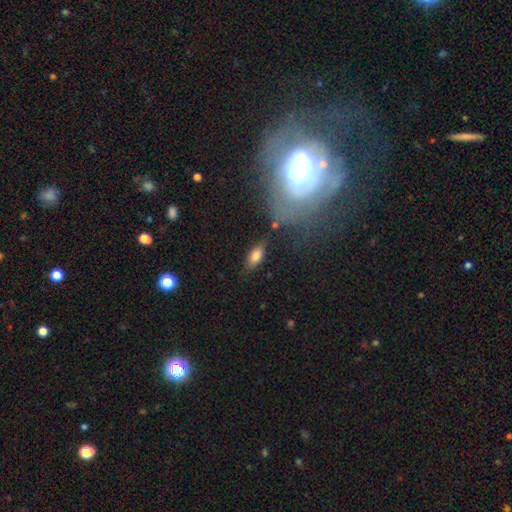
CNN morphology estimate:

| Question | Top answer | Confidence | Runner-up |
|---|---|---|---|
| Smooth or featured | smooth | 77% | featured or disk (15%) |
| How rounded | in between | 83% | cigar-shaped (13%) |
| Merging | none | 75% | minor disturbance (16%) |